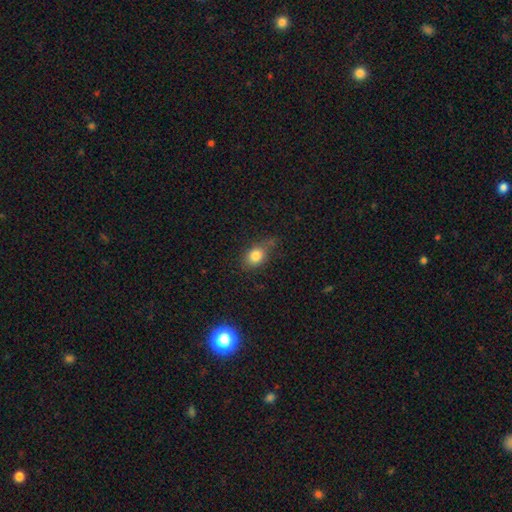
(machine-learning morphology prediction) Q: Smooth or featured?
A: smooth (81%); runner-up: star or artifact (10%)
Q: How rounded?
A: in between (60%); runner-up: round (38%)
Q: Merging?
A: none (59%); runner-up: minor disturbance (28%)